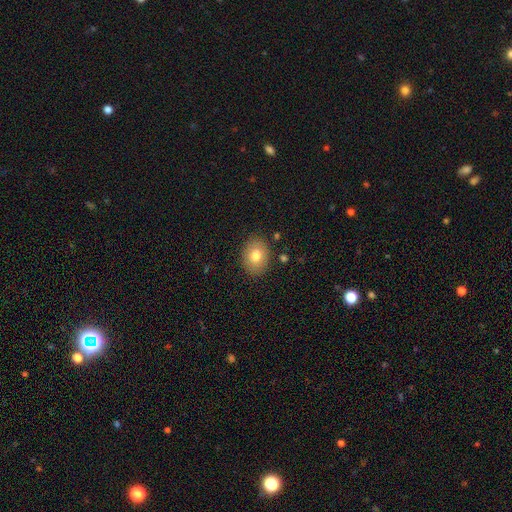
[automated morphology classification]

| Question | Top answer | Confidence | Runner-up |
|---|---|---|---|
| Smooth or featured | smooth | 77% | featured or disk (14%) |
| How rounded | in between | 61% | round (38%) |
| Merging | none | 86% | minor disturbance (9%) |